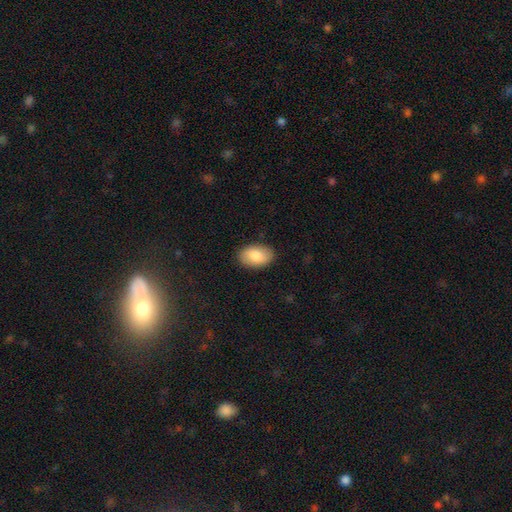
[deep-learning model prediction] This appears to be a smooth galaxy with no disk features (82%) that is in between round and cigar-shaped (91%). Merging: none (88%).